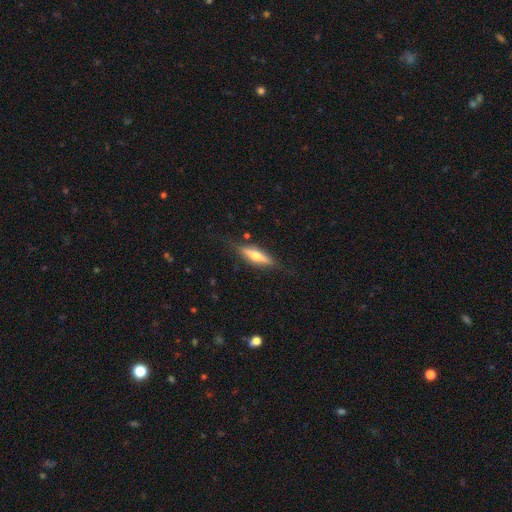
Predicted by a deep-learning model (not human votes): A featured or disk galaxy (58%) viewed edge-on (93%) with a rounded central bulge (90%).

Vote fractions:
- Smooth or featured? featured or disk: 58% / smooth: 36% / star or artifact: 6%
- Edge-on disk? yes: 93% / no: 7%
- Edge-on bulge? rounded: 90% / boxy: 5% / none: 5%
- Merging? none: 81% / minor disturbance: 14% / major disturbance: 4% / merger: 2%